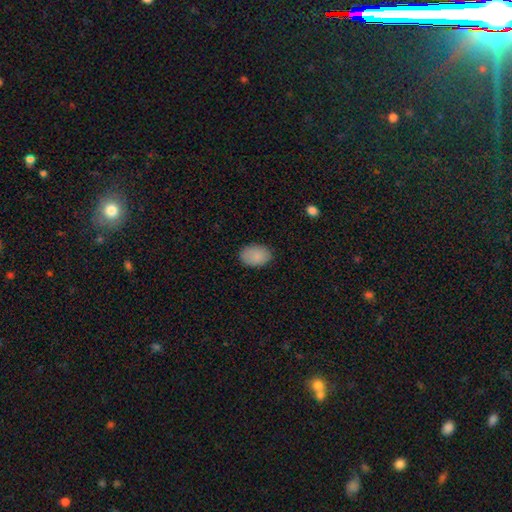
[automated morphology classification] This is clearly a smooth galaxy (88%). How rounded: clearly in between (84%). Merging: clearly none (85%).